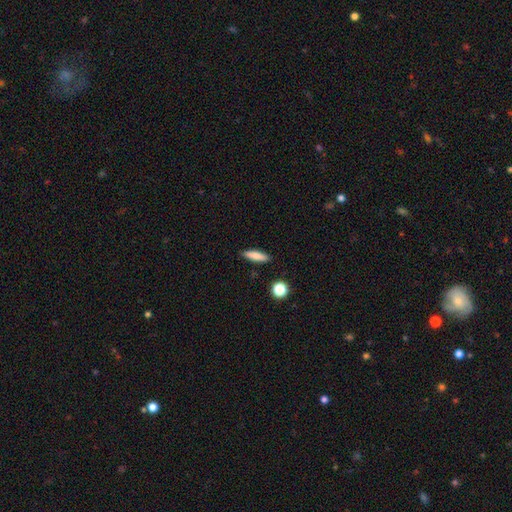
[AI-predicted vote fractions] Overall: smooth (78%). How rounded: cigar-shaped (67%; in between 30%). Merging: none (88%).